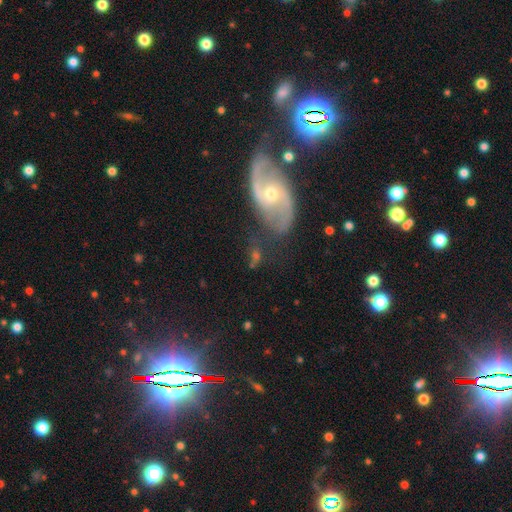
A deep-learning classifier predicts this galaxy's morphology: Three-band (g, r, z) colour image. It shows a featured or disk galaxy (69%) with no bar (51%), 2 (89%) loose (50%) spiral arms (87%) and a moderate central bulge (48%). Merging: none (63%).